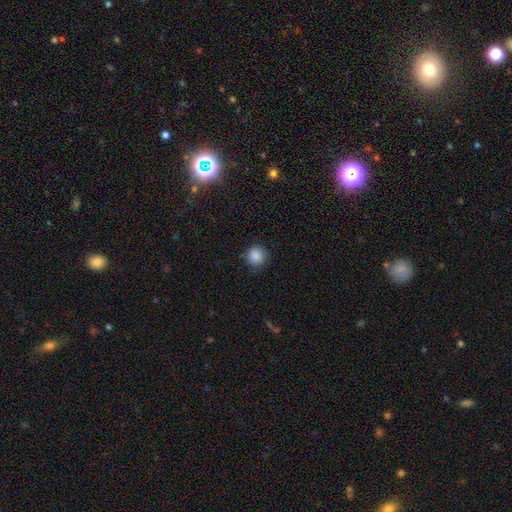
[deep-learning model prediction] Overall: smooth (86%). How rounded: round (91%). Merging: none (81%).